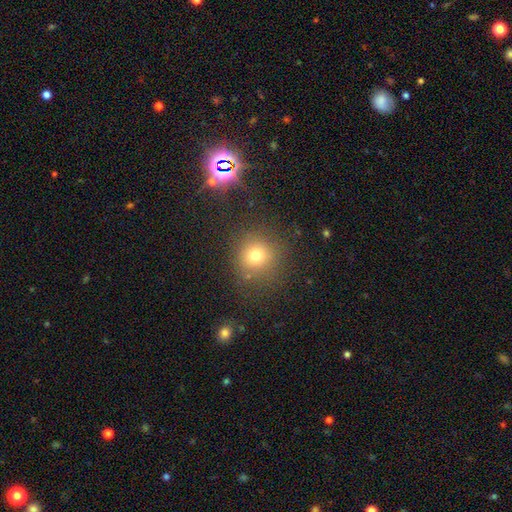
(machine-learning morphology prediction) Overall: smooth (72%). How rounded: round (91%). Merging: none (82%).